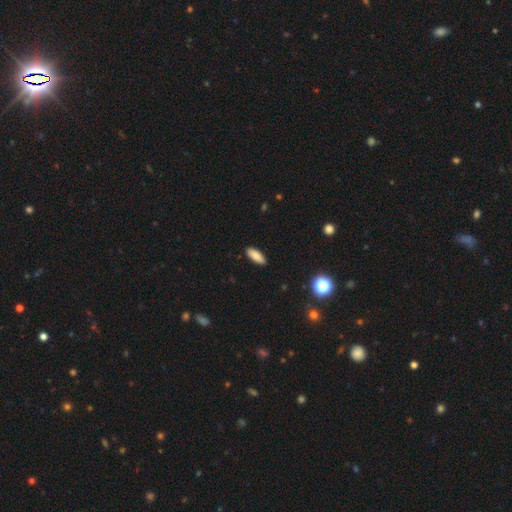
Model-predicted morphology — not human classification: Q: Smooth or featured?
A: smooth (86%); runner-up: star or artifact (8%)
Q: How rounded?
A: in between (74%); runner-up: cigar-shaped (24%)
Q: Merging?
A: none (90%); runner-up: minor disturbance (8%)